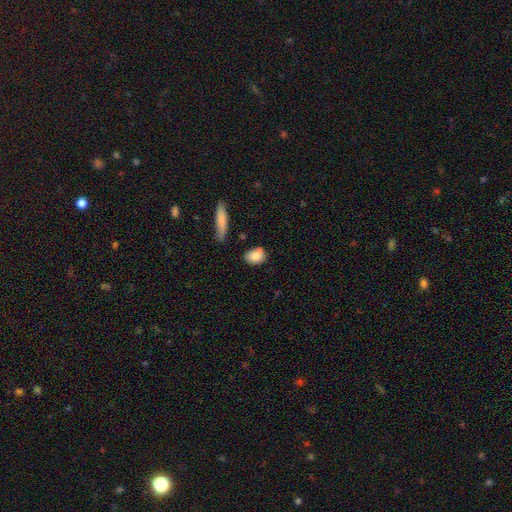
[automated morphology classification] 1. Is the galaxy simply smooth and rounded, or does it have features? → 85% smooth, 8% featured or disk, 8% star or artifact.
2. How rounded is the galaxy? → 67% in between, 30% round, 3% cigar-shaped.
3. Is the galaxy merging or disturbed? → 69% none, 21% minor disturbance, 6% merger, 4% major disturbance.